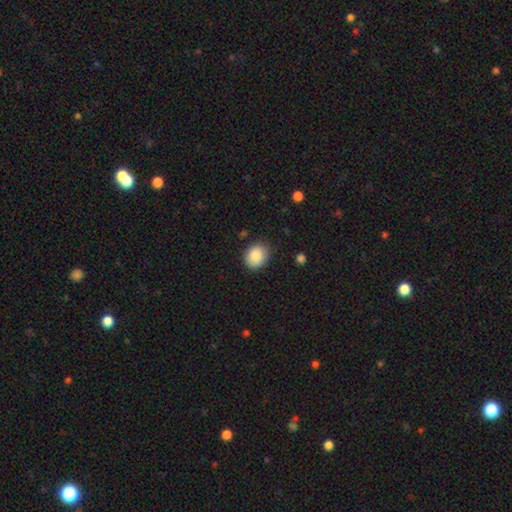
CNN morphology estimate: smooth 87%, star or artifact 8%, featured or disk 6%. Down the decision tree: how rounded — round (58%); merging — none (81%).